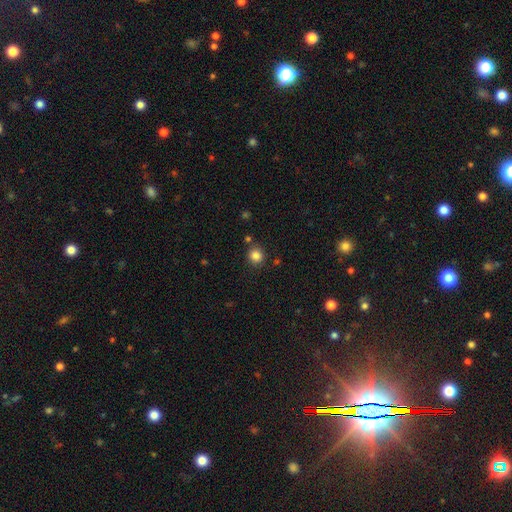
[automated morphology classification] Smooth or featured? smooth (84%)
How rounded? round (87%)
Merging? none (83%)